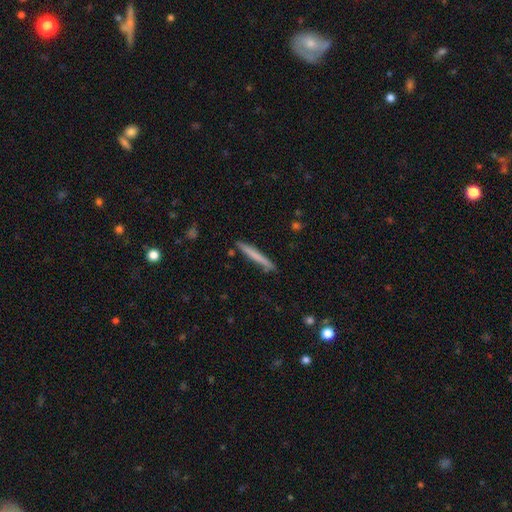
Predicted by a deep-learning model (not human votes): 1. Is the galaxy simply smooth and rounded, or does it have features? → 67% smooth, 28% featured or disk, 6% star or artifact.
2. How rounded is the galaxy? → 97% cigar-shaped, 2% in between, 1% round.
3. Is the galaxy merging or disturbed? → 87% none, 9% minor disturbance, 2% merger, 2% major disturbance.